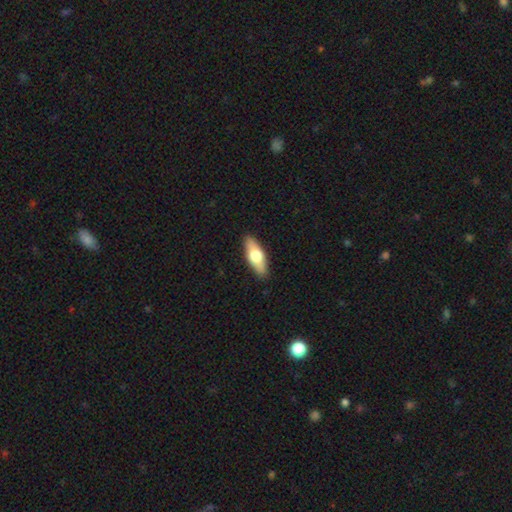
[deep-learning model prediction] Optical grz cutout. It shows a smooth galaxy with no disk features (60%) that is in between round and cigar-shaped (66%). Merging: none (89%).